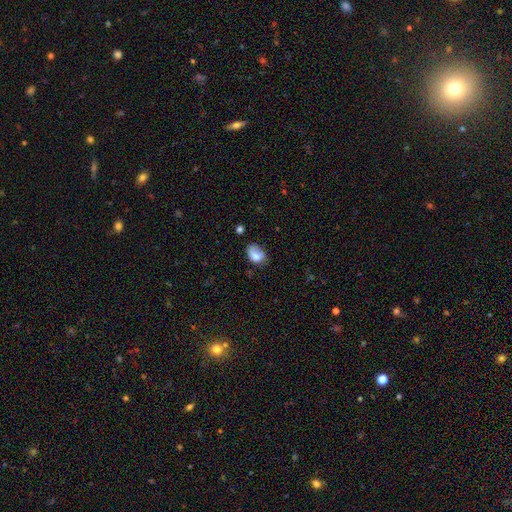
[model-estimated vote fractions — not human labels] Overall: smooth (74%). How rounded: in between (81%). Merging: none (42%; minor disturbance 36%).